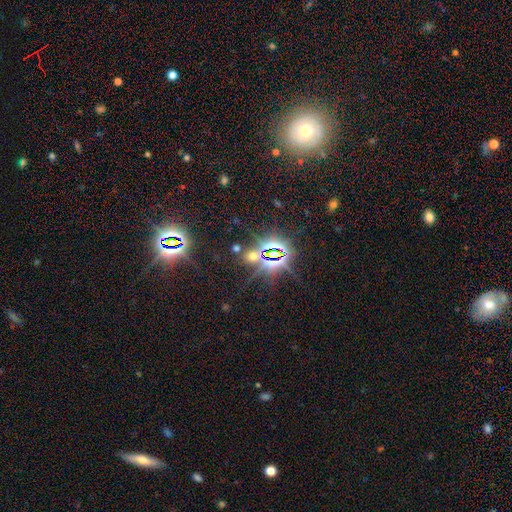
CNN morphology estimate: Q: Smooth or featured?
A: star or artifact (82%); runner-up: smooth (10%)